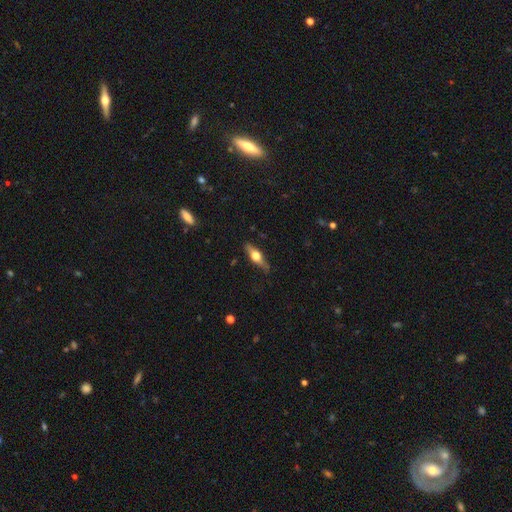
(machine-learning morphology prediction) type=featured or disk (56%); edge-on=yes (92%); edge-on bulge=rounded (95%); merging=none (81%).